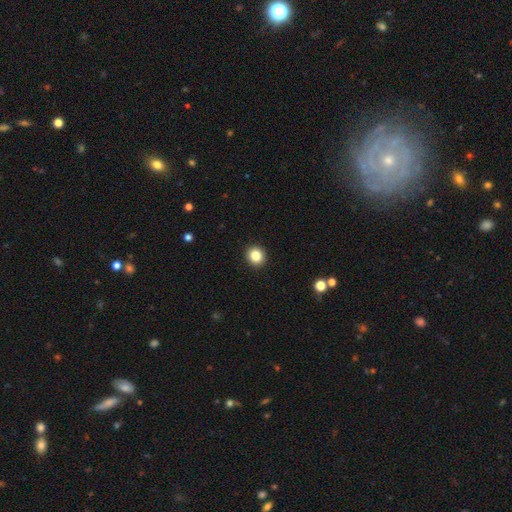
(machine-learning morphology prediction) This appears to be a smooth galaxy with no disk features (85%) that is round (87%). Merging: none (92%).